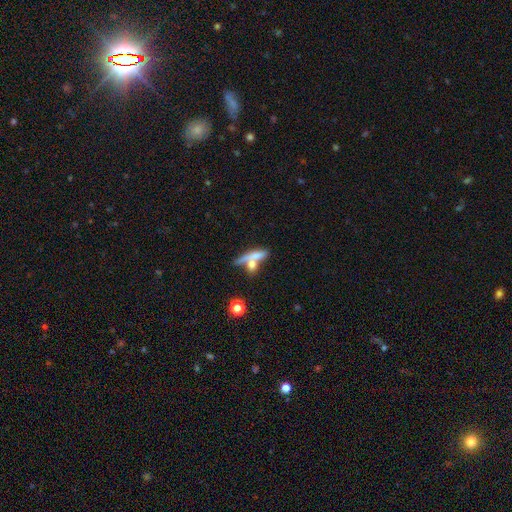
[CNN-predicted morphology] Smooth or featured? smooth (60%)
How rounded? cigar-shaped (61%)
Merging? merger (48%)